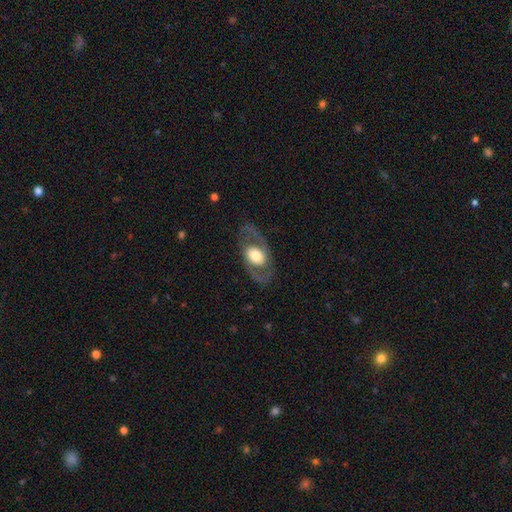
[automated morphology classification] Overall: featured or disk (71%). Edge-on disk: no (92%). Bar: no (70%). Spiral arms: yes (64%; no 36%). Bulge size: moderate (46%; large 41%). Merging: none (78%).